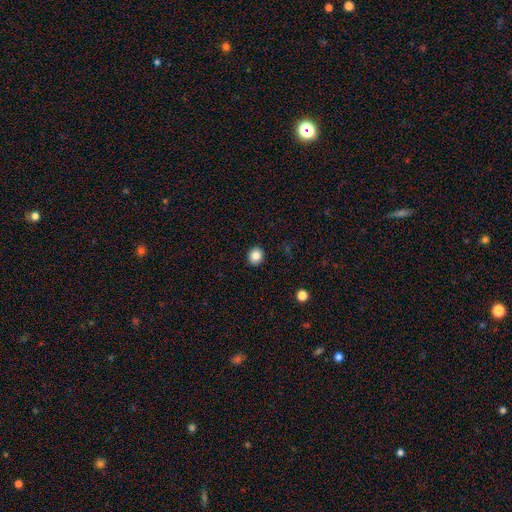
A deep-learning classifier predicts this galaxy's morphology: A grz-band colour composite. It shows a smooth galaxy with no disk features (85%) that is round (79%). Merging: none (92%).